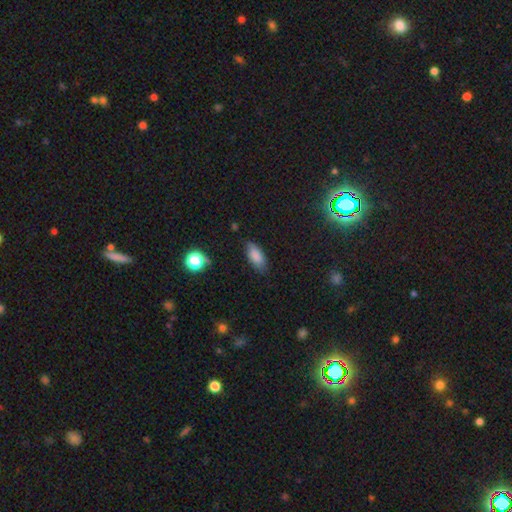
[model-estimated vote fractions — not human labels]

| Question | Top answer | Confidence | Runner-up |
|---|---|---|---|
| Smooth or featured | smooth | 83% | star or artifact (10%) |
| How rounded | in between | 87% | cigar-shaped (10%) |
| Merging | none | 74% | minor disturbance (20%) |